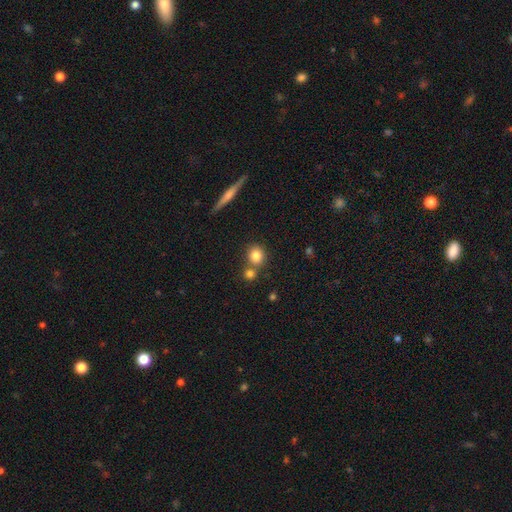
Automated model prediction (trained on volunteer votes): The model was most divided on "merging": none: 62%, merger: 27%, minor disturbance: 8%, major disturbance: 3%. More confident: how rounded — round (84%); smooth or featured — smooth (81%).